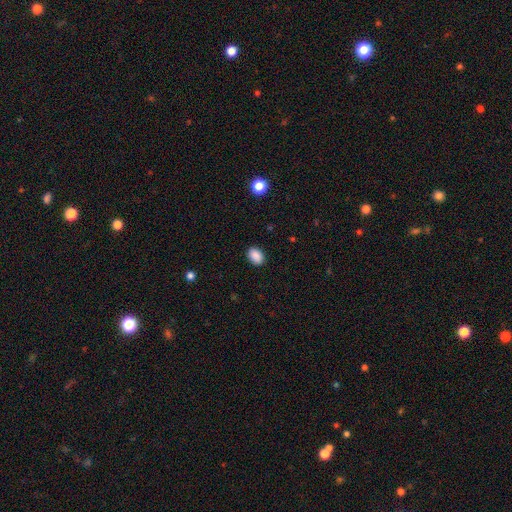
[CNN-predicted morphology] This appears to be a smooth galaxy with no disk features (89%) that is in between round and cigar-shaped (77%). Merging: none (88%).